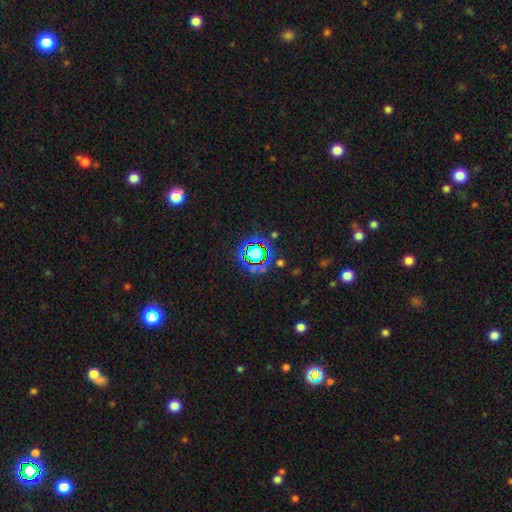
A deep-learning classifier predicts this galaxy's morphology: Smooth or featured? star or artifact (69%)